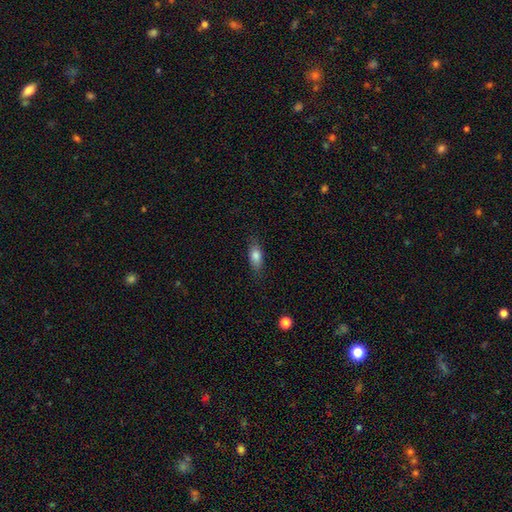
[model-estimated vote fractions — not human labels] Smooth or featured? smooth (80%)
How rounded? in between (79%)
Merging? none (81%)